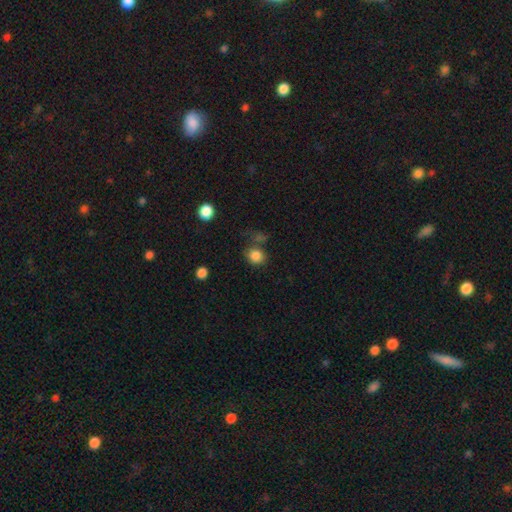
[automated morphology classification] The model was most divided on "merging": none: 70%, minor disturbance: 14%, merger: 10%, major disturbance: 6%. More confident: smooth or featured — smooth (84%); how rounded — round (79%).